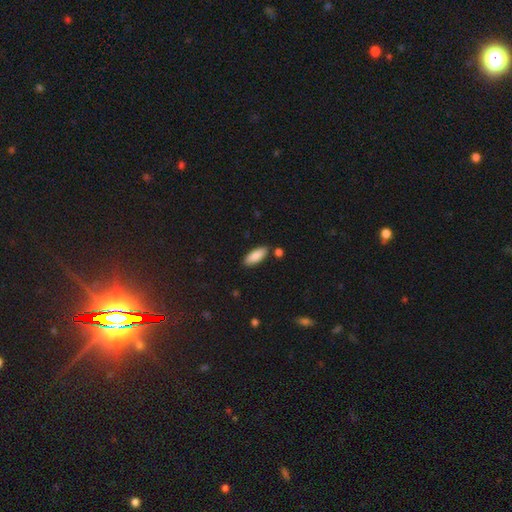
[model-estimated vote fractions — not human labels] A smooth galaxy with no disk features (87%) that is in between round and cigar-shaped (75%). Merging: none (84%).